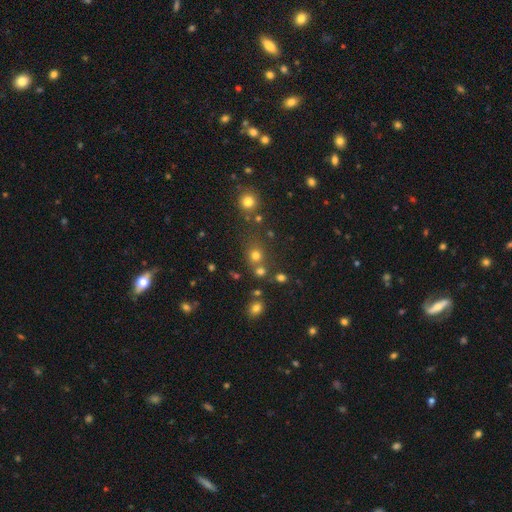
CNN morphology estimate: Smooth or featured? Predicted: smooth (p=0.65). How rounded? Predicted: round (p=0.84). Merging? Predicted: none (p=0.65).